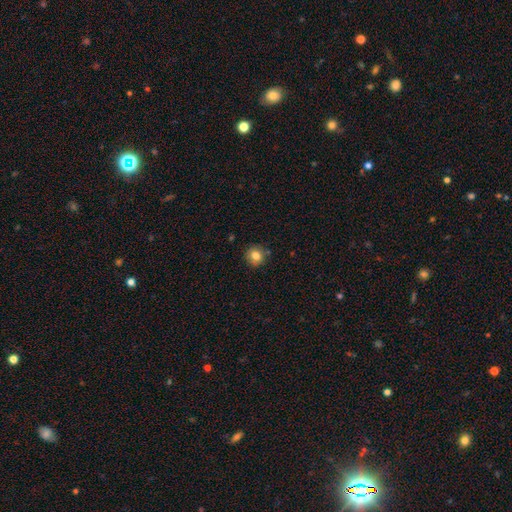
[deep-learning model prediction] Smooth or featured? smooth (82%)
How rounded? round (89%)
Merging? none (85%)